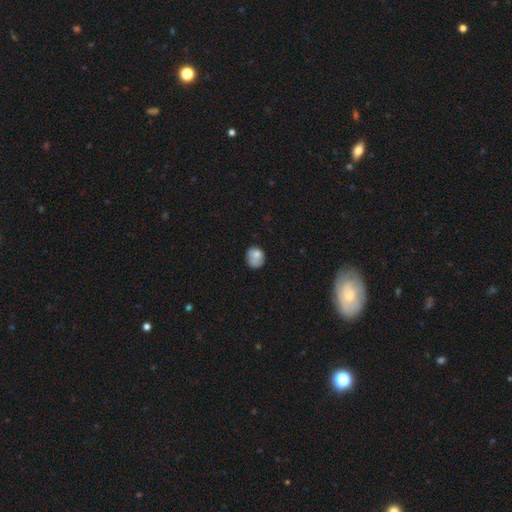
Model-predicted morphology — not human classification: The model was most divided on "merging": none: 55%, minor disturbance: 29%, major disturbance: 11%, merger: 5%. More confident: smooth or featured — smooth (75%); how rounded — round (65%).